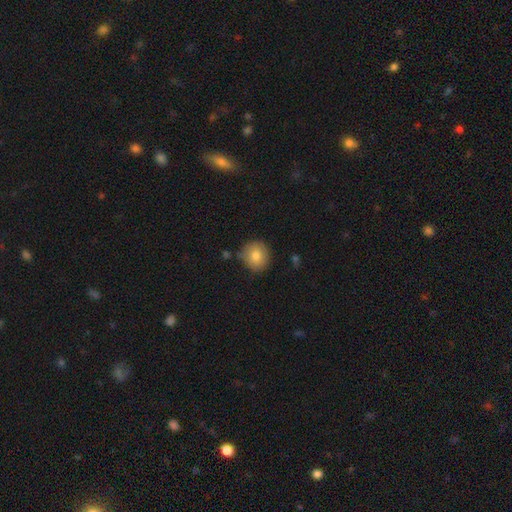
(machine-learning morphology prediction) A smooth galaxy with no disk features (83%) that is round (88%). Merging: none (78%).